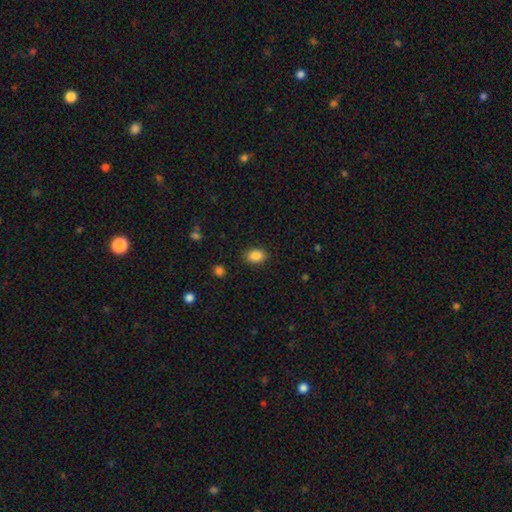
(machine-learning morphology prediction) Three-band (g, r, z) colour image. It shows a smooth galaxy with no disk features (87%) that is in between round and cigar-shaped (79%). Merging: none (87%).